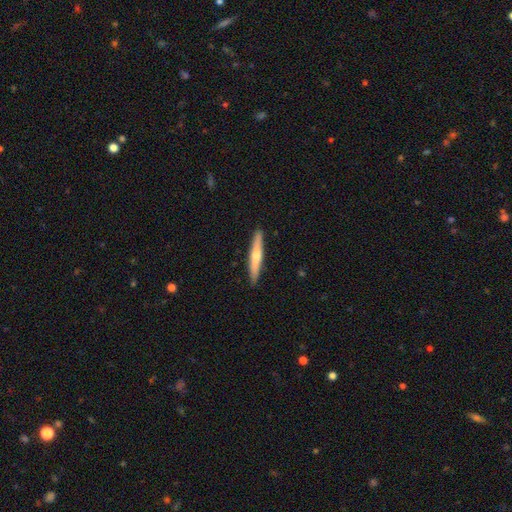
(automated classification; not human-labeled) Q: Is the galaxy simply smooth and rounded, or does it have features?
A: smooth — 49%.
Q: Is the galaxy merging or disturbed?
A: none — 91%.